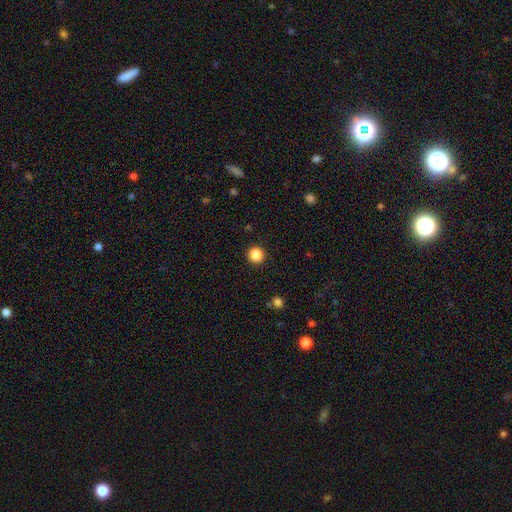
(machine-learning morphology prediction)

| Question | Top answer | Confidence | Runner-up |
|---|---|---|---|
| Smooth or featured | smooth | 86% | star or artifact (11%) |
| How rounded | round | 88% | in between (11%) |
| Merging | none | 92% | minor disturbance (5%) |